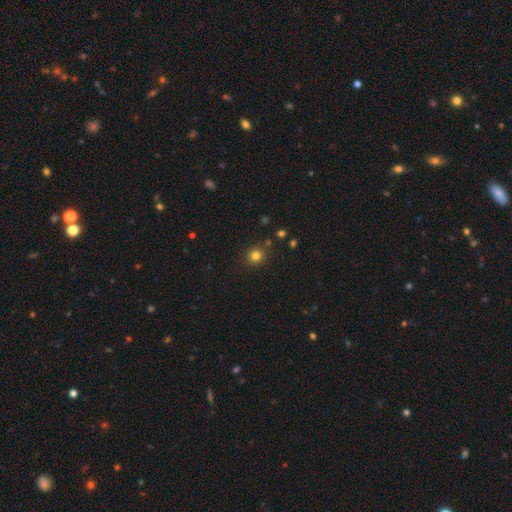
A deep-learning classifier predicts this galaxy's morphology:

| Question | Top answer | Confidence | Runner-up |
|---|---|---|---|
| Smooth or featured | smooth | 80% | star or artifact (14%) |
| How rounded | round | 88% | in between (11%) |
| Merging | none | 86% | minor disturbance (8%) |